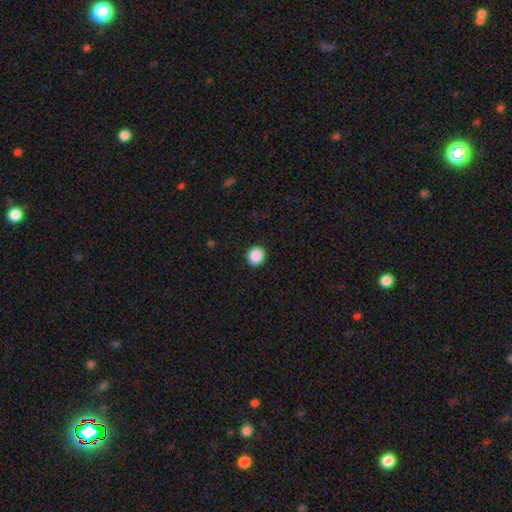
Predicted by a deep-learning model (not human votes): Morphology: type=smooth (89%); roundness=round (78%); merging=none (92%).